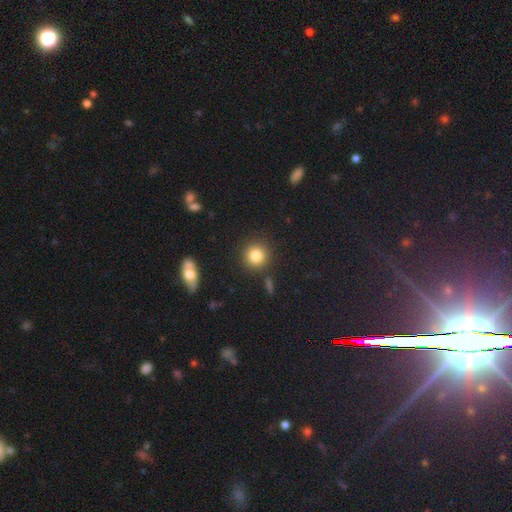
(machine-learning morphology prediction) smooth_or_featured: smooth (p=0.83) [alt: star or artifact p=0.10]
how_rounded: round (p=0.91) [alt: in between p=0.08]
merging: none (p=0.86) [alt: minor disturbance p=0.07]